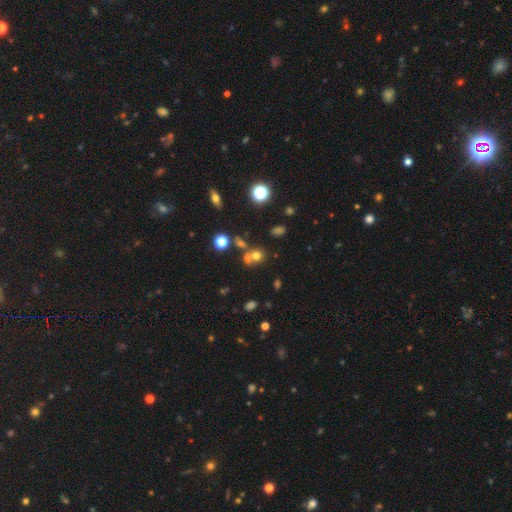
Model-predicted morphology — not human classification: Smooth or featured? smooth (61%)
How rounded? round (80%)
Merging? none (48%)